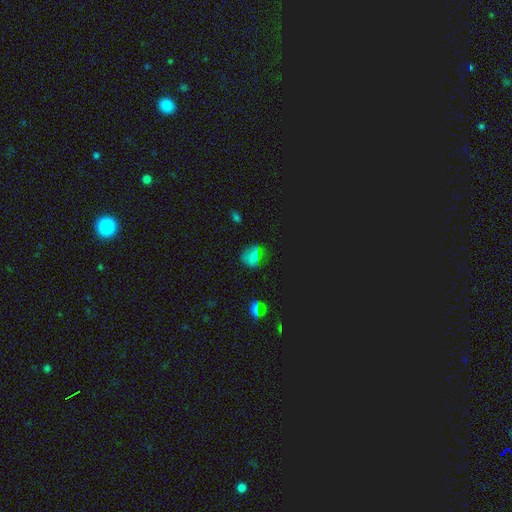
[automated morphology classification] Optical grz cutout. It shows a smooth galaxy with no disk features (46%). Merging: none (66%).